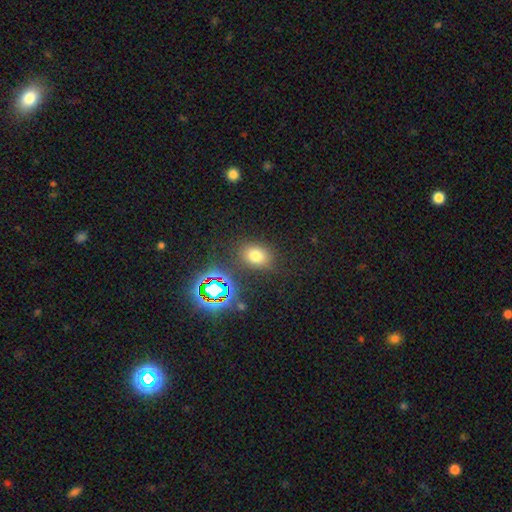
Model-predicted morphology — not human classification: Smooth or featured?
  - smooth: 70% *
  - star or artifact: 22%
  - featured or disk: 8%
How rounded?
  - in between: 60% *
  - round: 38%
  - cigar-shaped: 1%
Merging?
  - none: 82% *
  - minor disturbance: 11%
  - major disturbance: 4%
  - merger: 3%